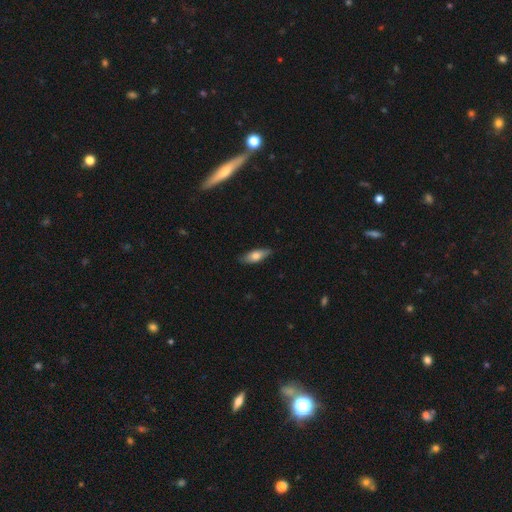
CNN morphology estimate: This appears to be a smooth galaxy with no disk features (68%) that is in between round and cigar-shaped (68%). Merging: none (83%).